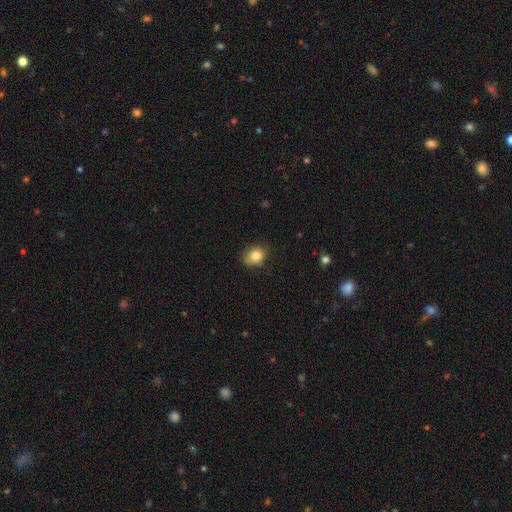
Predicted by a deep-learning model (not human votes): Overall: smooth (83%). How rounded: round (52%; in between 47%). Merging: none (69%).